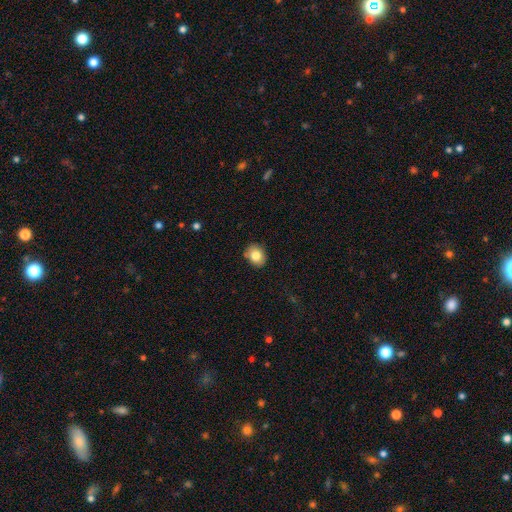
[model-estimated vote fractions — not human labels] A smooth galaxy with no disk features (81%) that is round (55%). Merging: none (83%).